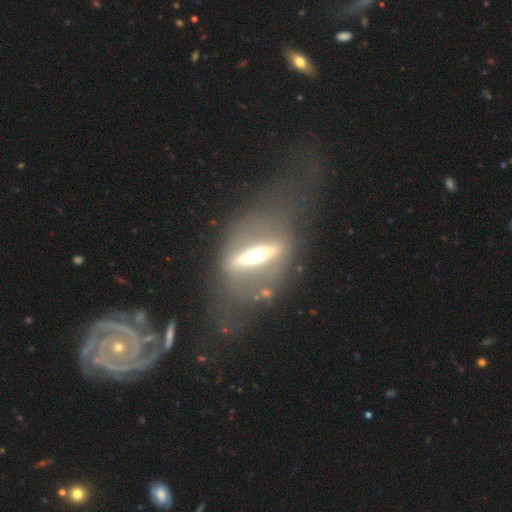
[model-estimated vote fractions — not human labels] Overall: featured or disk (75%). Edge-on disk: yes (74%). Edge-on bulge: rounded (93%). Merging: none (58%; major disturbance 23%).